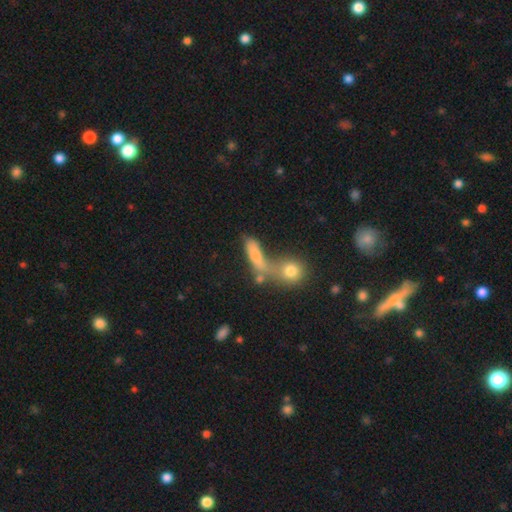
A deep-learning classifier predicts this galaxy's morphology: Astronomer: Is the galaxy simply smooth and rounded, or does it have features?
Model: smooth — 68%.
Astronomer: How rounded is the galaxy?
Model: in between — 49% (runner-up: cigar-shaped, 35%).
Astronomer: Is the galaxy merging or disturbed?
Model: merger — 51% (runner-up: none, 28%).